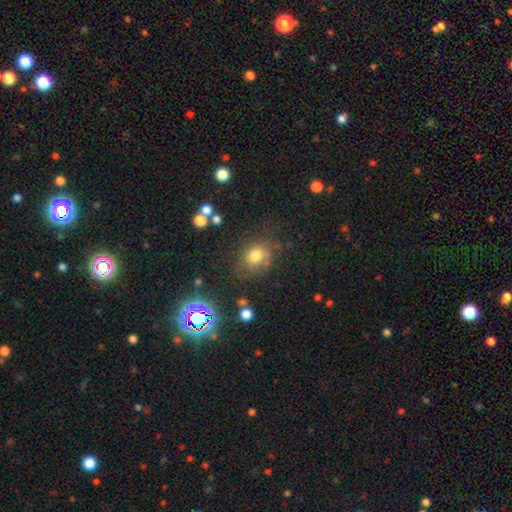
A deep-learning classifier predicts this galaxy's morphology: This appears to be a smooth galaxy with no disk features (73%) that is round (58%). Merging: none (67%).